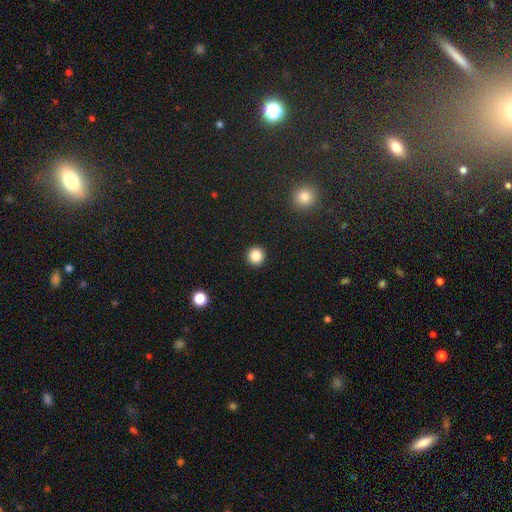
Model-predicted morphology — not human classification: This is clearly a smooth galaxy (86%). How rounded: clearly round (95%). Merging: clearly none (93%).